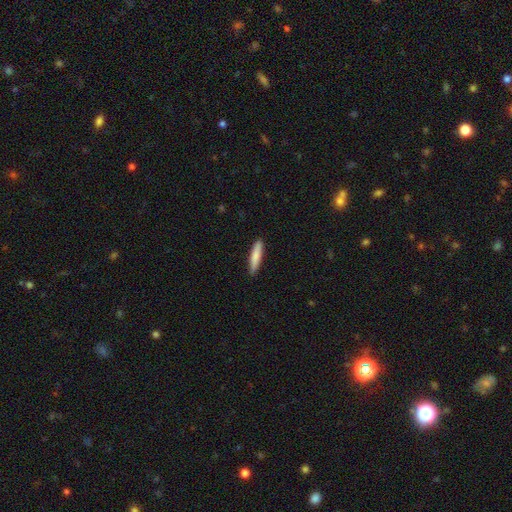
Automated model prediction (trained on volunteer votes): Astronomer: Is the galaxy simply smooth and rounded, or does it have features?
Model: smooth — 78%.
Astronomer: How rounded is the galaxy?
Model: cigar-shaped — 87%.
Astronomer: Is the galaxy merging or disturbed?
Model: none — 89%.